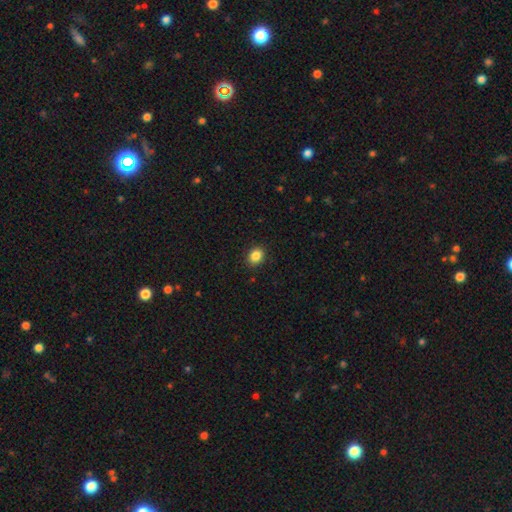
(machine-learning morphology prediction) Smooth or featured? Predicted: smooth (p=0.86). How rounded? Predicted: in between (p=0.51). Merging? Predicted: none (p=0.90).